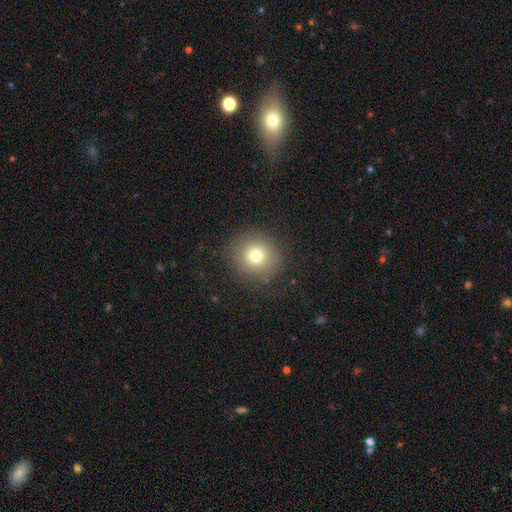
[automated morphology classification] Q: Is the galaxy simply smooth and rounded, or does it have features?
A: smooth — 74%.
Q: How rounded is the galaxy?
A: round — 93%.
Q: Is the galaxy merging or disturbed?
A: none — 86%.